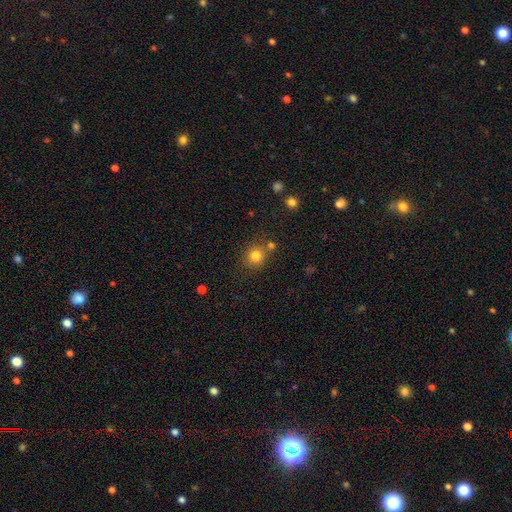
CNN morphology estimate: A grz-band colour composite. It shows a smooth galaxy with no disk features (81%) that is round (89%). Merging: none (75%).